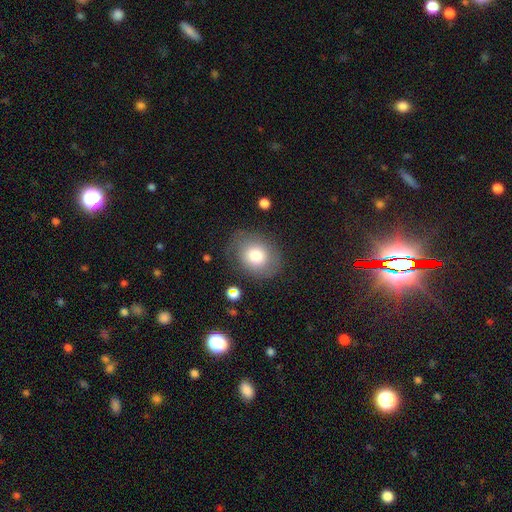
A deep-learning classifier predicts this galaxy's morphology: Overall: smooth (73%). How rounded: round (50%; in between 49%). Merging: none (72%).